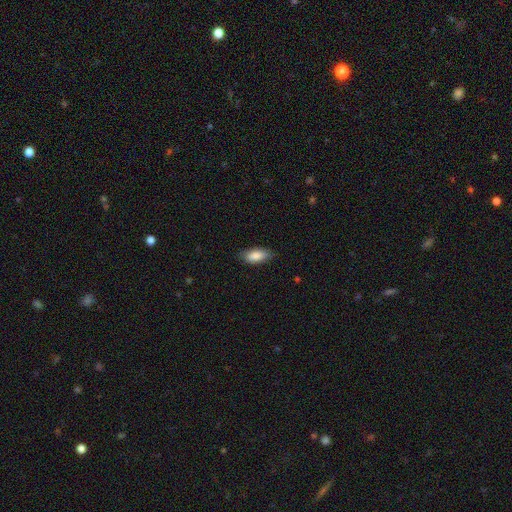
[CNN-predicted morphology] smooth 83%, featured or disk 10%, star or artifact 6%. Down the decision tree: how rounded — in between (86%); merging — none (81%).